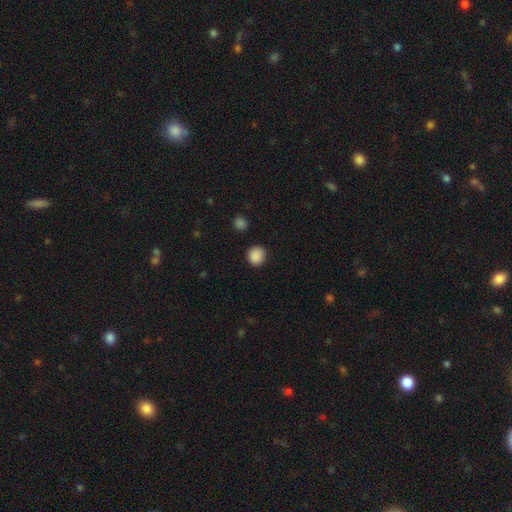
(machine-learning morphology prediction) Smooth or featured? smooth (88%)
How rounded? round (87%)
Merging? none (89%)